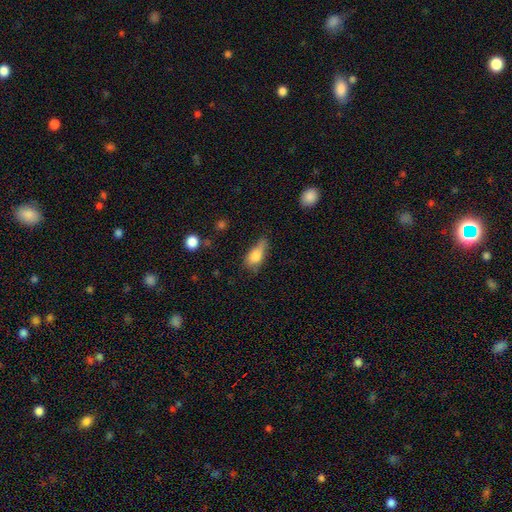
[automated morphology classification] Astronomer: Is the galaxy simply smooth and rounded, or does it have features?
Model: smooth — 77%.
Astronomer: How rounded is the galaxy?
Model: in between — 79%.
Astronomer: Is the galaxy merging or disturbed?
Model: minor disturbance — 41% (runner-up: none, 35%).